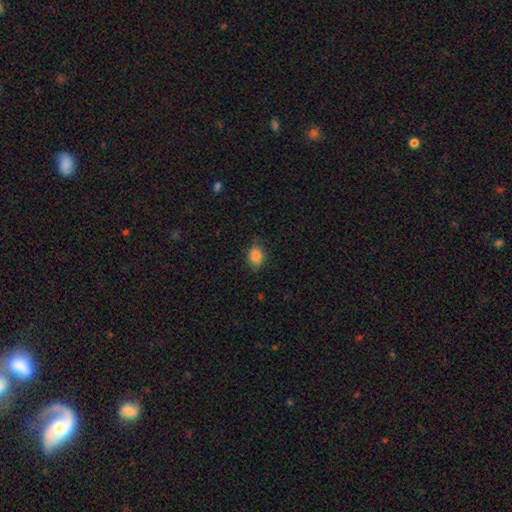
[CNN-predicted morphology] Q: Smooth or featured?
A: smooth (86%); runner-up: star or artifact (9%)
Q: How rounded?
A: in between (67%); runner-up: round (31%)
Q: Merging?
A: none (81%); runner-up: minor disturbance (15%)